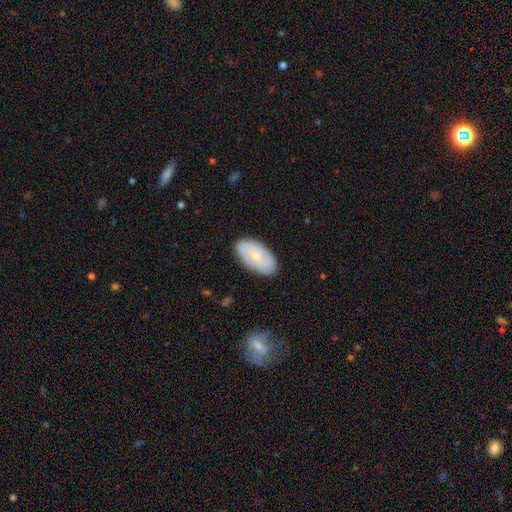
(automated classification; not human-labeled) Smooth or featured? smooth (55%)
How rounded? in between (94%)
Merging? none (84%)